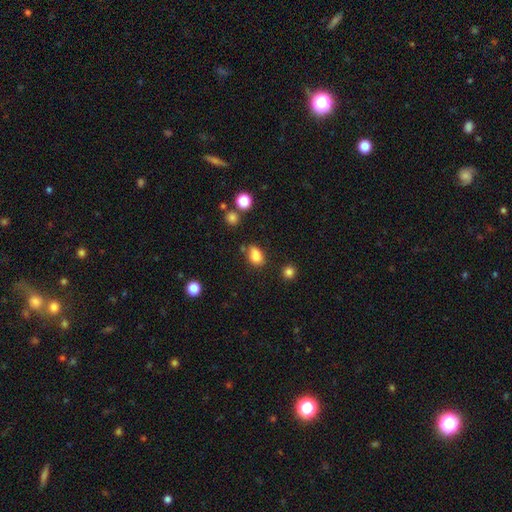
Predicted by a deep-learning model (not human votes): smooth_or_featured: smooth (p=0.83) [alt: star or artifact p=0.11]
how_rounded: in between (p=0.76) [alt: round p=0.23]
merging: none (p=0.63) [alt: minor disturbance p=0.23]